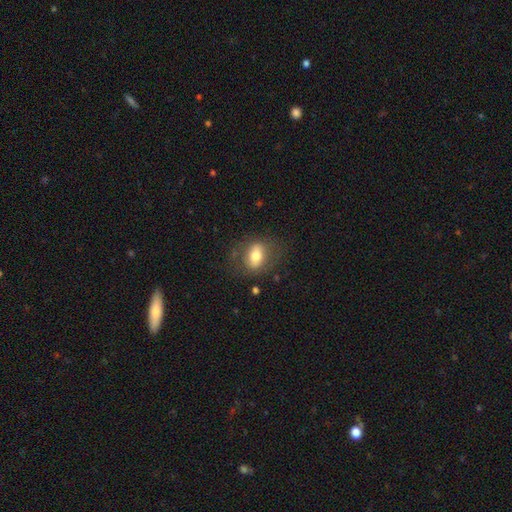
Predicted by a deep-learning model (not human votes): Smooth or featured: smooth — 67% (featured or disk — 25%)
How rounded: in between — 74% (round — 23%)
Merging: none — 73% (minor disturbance — 16%)